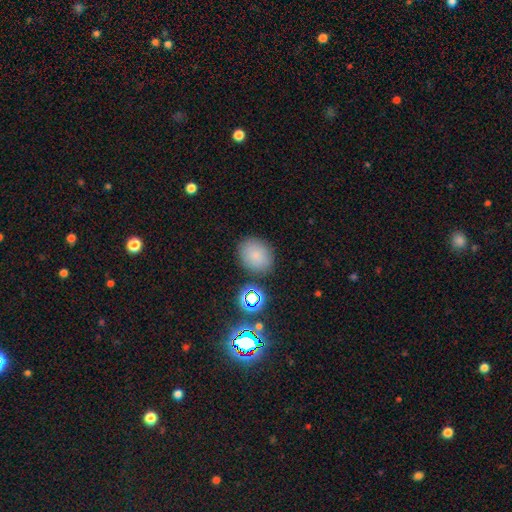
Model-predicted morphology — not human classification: The model was most divided on "how rounded": round: 52%, in between: 47%, cigar-shaped: 1%. More confident: merging — none (83%); smooth or featured — smooth (77%).